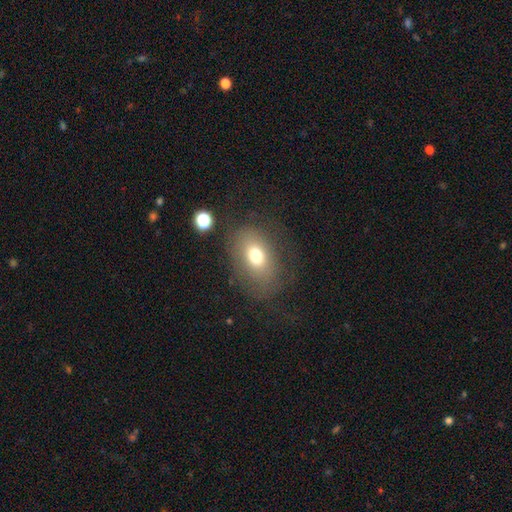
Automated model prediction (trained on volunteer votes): A smooth galaxy with no disk features (69%) that is in between round and cigar-shaped (75%).

Vote fractions:
- Smooth or featured? smooth: 69% / featured or disk: 19% / star or artifact: 13%
- How rounded? in between: 75% / round: 24% / cigar-shaped: 1%
- Merging? none: 66% / minor disturbance: 17% / major disturbance: 14% / merger: 2%